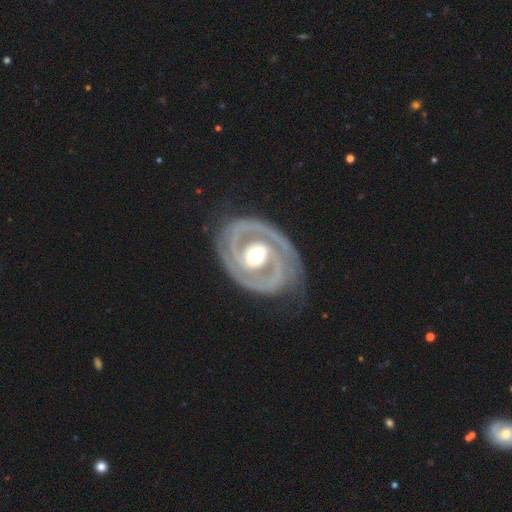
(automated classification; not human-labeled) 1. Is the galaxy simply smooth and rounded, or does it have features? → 93% featured or disk, 4% smooth, 3% star or artifact.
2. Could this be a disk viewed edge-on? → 97% no, 3% yes.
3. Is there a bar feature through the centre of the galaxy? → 51% no, 28% weak, 21% strong.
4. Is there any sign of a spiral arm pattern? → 97% yes, 3% no.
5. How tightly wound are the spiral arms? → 64% tight, 31% medium, 6% loose.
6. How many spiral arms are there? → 89% 2, 3% 3, 3% can't tell, 2% 1, 2% 4, 2% more than 4.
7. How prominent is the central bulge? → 75% moderate, 14% large, 9% small, 1% dominant, 1% none.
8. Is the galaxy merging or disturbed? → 79% none, 14% minor disturbance, 5% major disturbance, 2% merger.